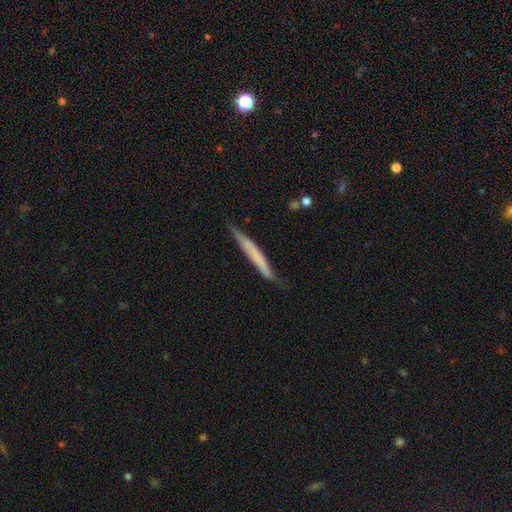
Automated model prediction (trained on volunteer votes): smooth 55%, featured or disk 39%, star or artifact 6%. Down the decision tree: how rounded — cigar-shaped (96%); merging — none (72%).